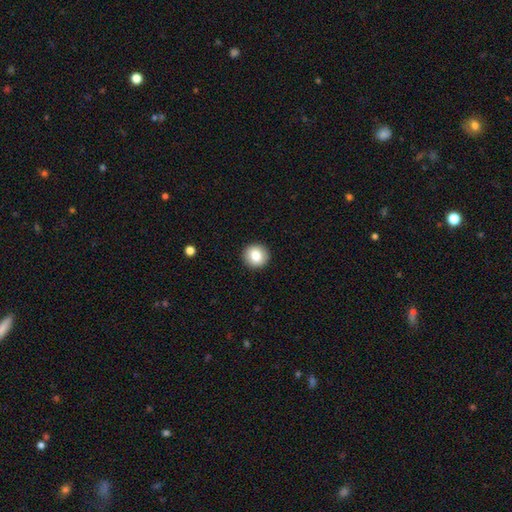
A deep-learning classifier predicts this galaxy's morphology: A smooth galaxy with no disk features (83%) that is round (93%). Merging: none (93%).